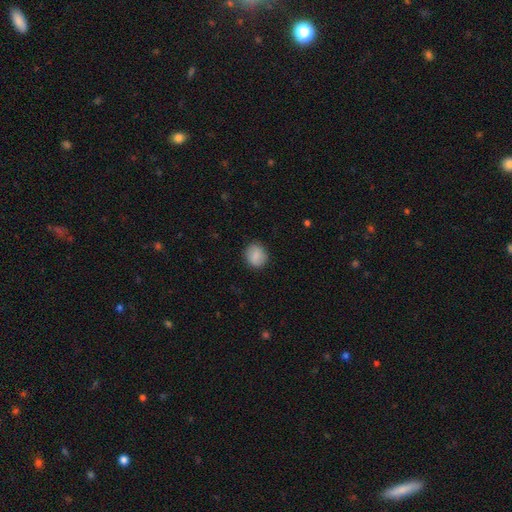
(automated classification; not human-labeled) A smooth galaxy with no disk features (86%) that is round (76%). Merging: none (87%).